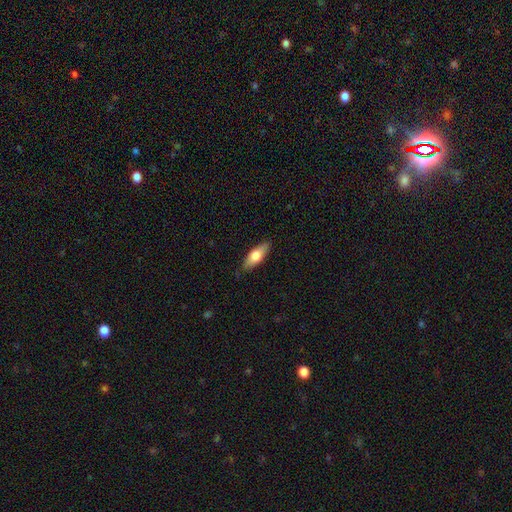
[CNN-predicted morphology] Smooth or featured?
  - smooth: 60% *
  - featured or disk: 34%
  - star or artifact: 6%
How rounded?
  - in between: 59% *
  - cigar-shaped: 39%
  - round: 3%
Merging?
  - none: 85% *
  - minor disturbance: 12%
  - major disturbance: 2%
  - merger: 1%